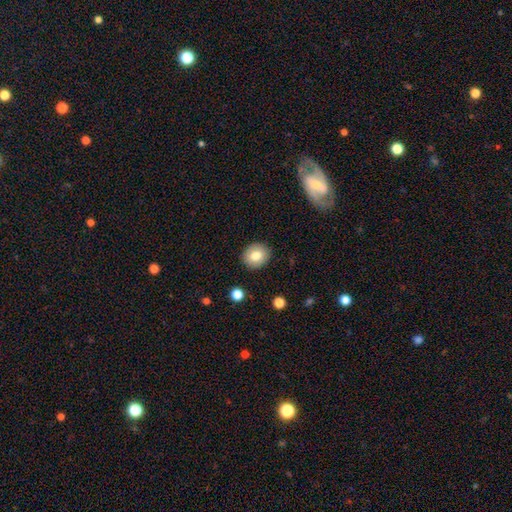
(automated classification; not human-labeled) This is likely a smooth galaxy (79%). How rounded: likely round (78%). Merging: clearly none (90%).